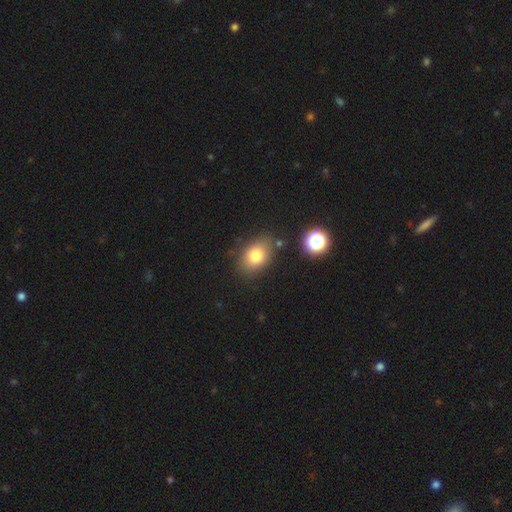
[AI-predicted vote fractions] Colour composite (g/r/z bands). It shows a smooth galaxy with no disk features (79%) that is in between round and cigar-shaped (72%). Merging: none (77%).